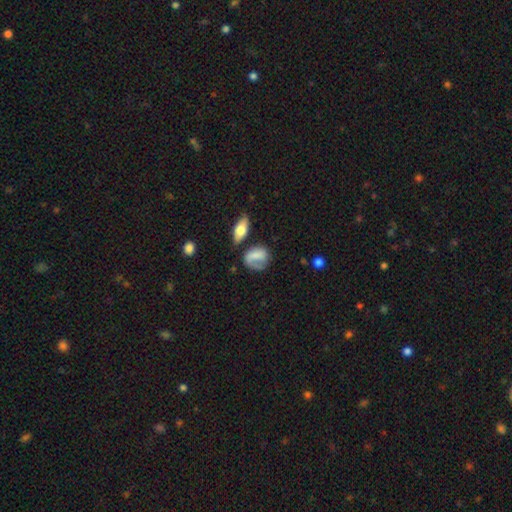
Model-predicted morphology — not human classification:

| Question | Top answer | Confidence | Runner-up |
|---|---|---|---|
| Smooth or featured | smooth | 62% | featured or disk (30%) |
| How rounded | in between | 51% | round (46%) |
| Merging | none | 47% | minor disturbance (25%) |